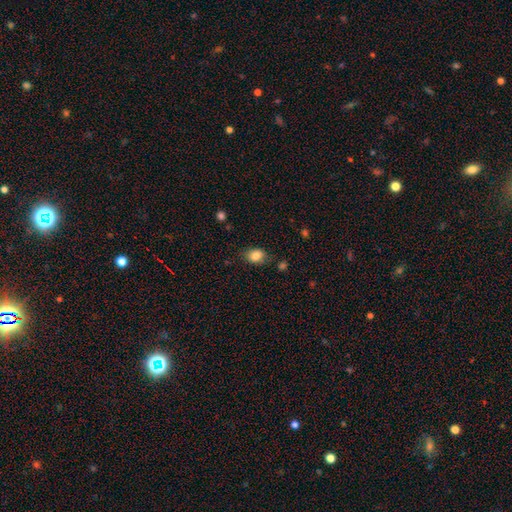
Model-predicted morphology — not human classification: Smooth or featured? Predicted: smooth (p=0.84). How rounded? Predicted: in between (p=0.64). Merging? Predicted: none (p=0.76).